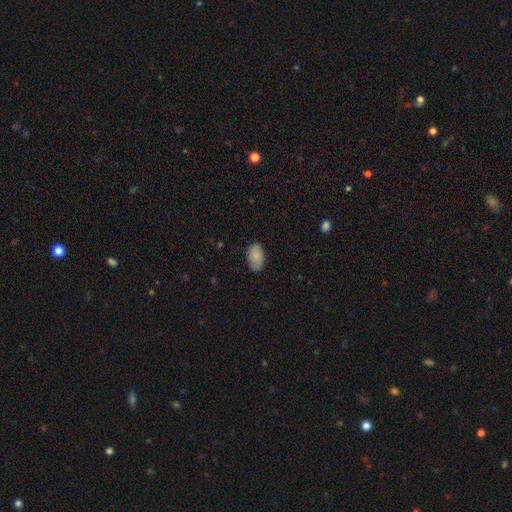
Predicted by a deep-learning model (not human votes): Smooth or featured? Predicted: smooth (p=0.82). How rounded? Predicted: in between (p=0.93). Merging? Predicted: none (p=0.81).